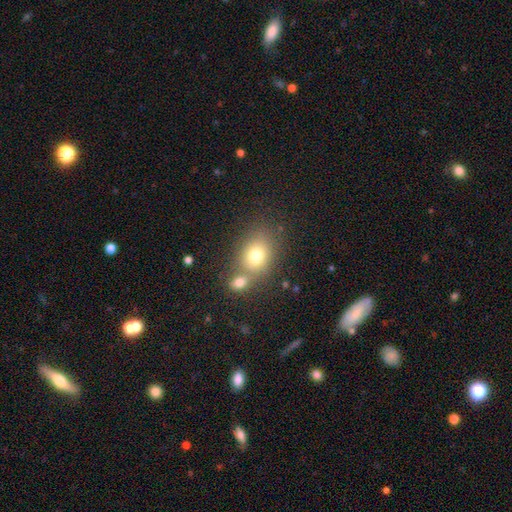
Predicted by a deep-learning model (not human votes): Smooth or featured: smooth — 75% (featured or disk — 13%)
How rounded: in between — 56% (round — 43%)
Merging: none — 48% (merger — 37%)